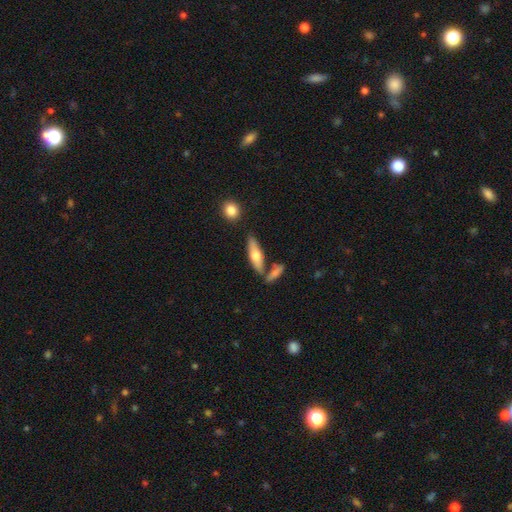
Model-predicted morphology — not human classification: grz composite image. It shows a smooth galaxy with no disk features (57%) that is cigar-shaped (56%). Merging: none (67%).